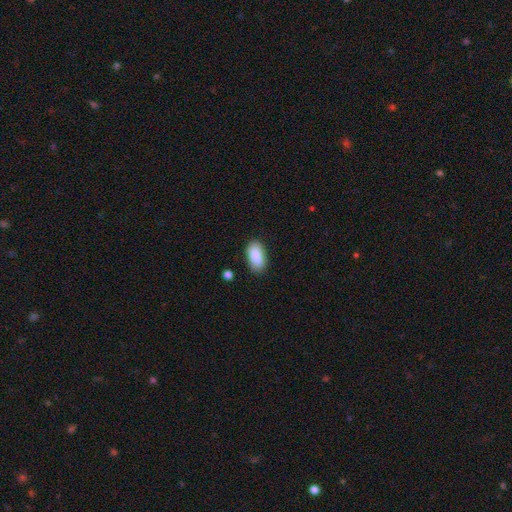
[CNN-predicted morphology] smooth-or-featured: smooth: 89% | star or artifact: 6% | featured or disk: 5%
  how-rounded: in between: 93% | cigar-shaped: 4% | round: 3%
  merging: none: 84% | minor disturbance: 12% | major disturbance: 3% | merger: 2%